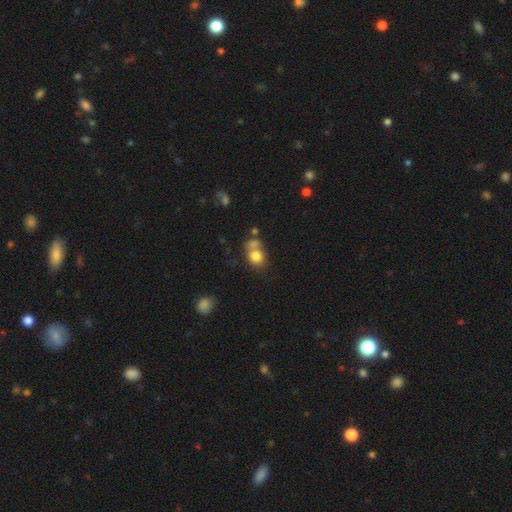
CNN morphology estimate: Smooth or featured? smooth (79%)
How rounded? round (61%)
Merging? none (44%)